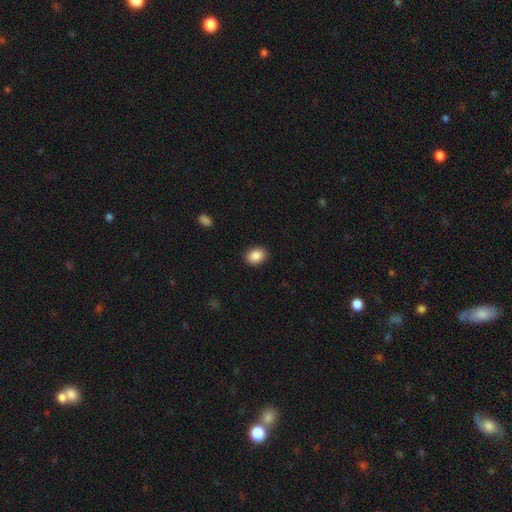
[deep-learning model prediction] smooth_or_featured: smooth (p=0.88) [alt: star or artifact p=0.08]
how_rounded: in between (p=0.66) [alt: round p=0.33]
merging: none (p=0.90) [alt: minor disturbance p=0.07]